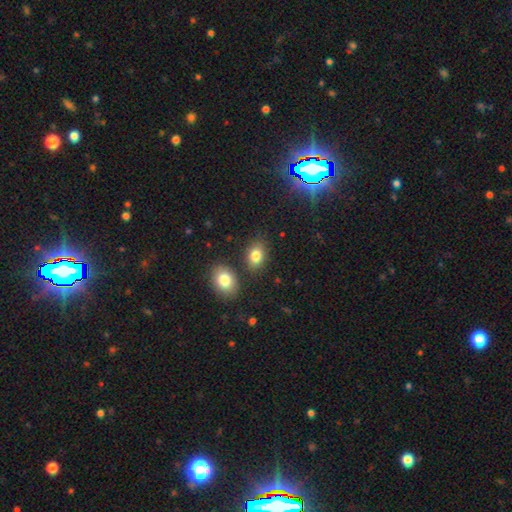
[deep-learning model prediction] Smooth or featured? Predicted: smooth (p=0.83). How rounded? Predicted: in between (p=0.77). Merging? Predicted: none (p=0.76).